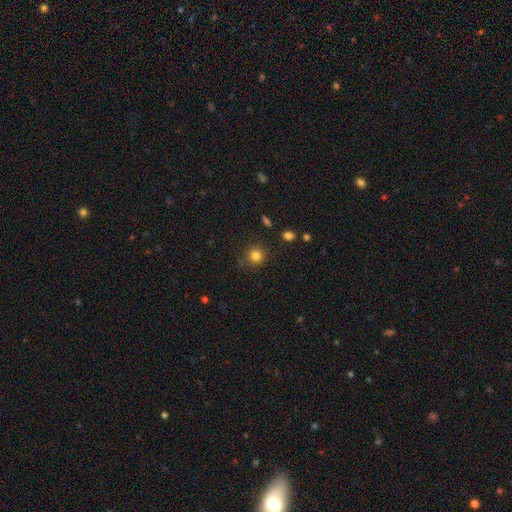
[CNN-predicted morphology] type=smooth (82%); roundness=round (90%); merging=none (82%).